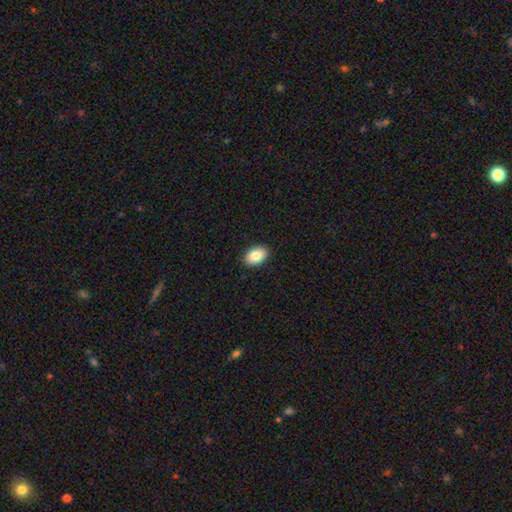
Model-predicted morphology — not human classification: type=smooth (85%); roundness=in between (87%); merging=none (90%).